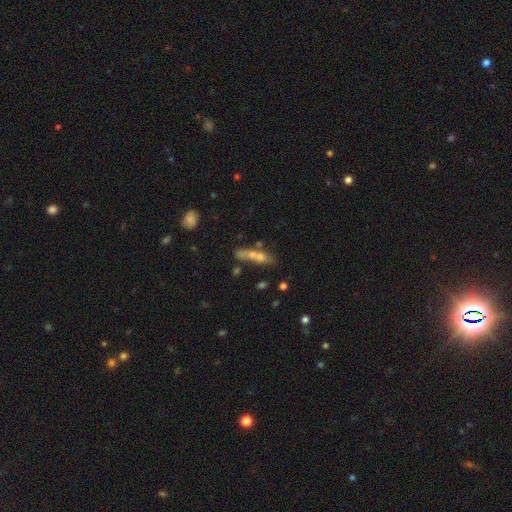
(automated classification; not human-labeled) Q: Smooth or featured?
A: smooth (54%); runner-up: featured or disk (35%)
Q: How rounded?
A: cigar-shaped (59%); runner-up: in between (33%)
Q: Merging?
A: none (38%); tied with: merger (38%)